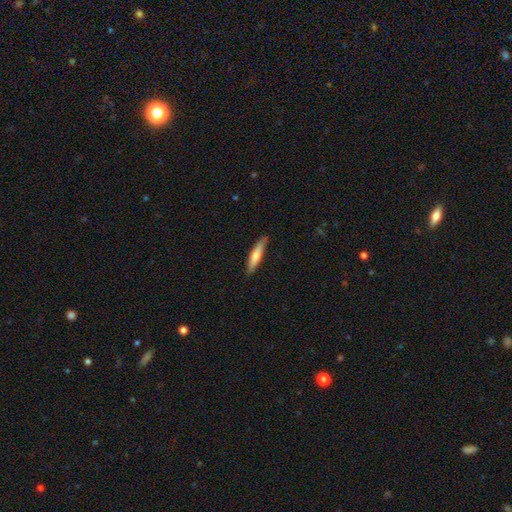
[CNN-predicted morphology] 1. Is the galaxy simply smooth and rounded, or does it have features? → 66% smooth, 28% featured or disk, 5% star or artifact.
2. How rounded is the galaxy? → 86% cigar-shaped, 13% in between, 1% round.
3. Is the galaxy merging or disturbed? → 83% none, 14% minor disturbance, 2% major disturbance, 1% merger.